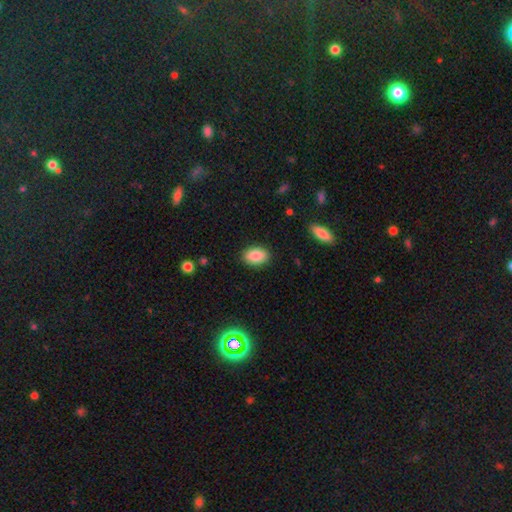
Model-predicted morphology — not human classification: The model was most divided on "how rounded": in between: 88%, round: 11%, cigar-shaped: 1%. More confident: smooth or featured — smooth (88%); merging — none (87%).